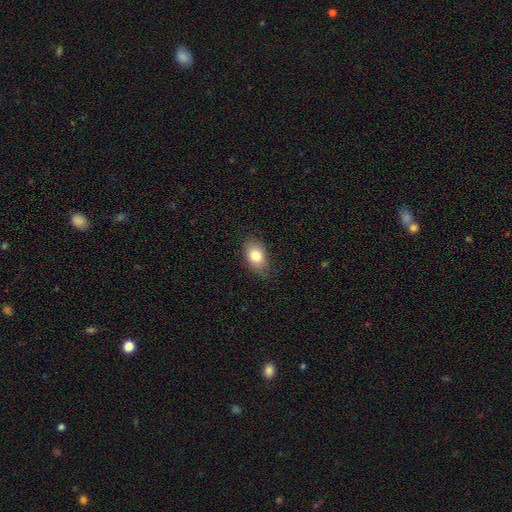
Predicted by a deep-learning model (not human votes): Smooth or featured?
  - smooth: 81% *
  - featured or disk: 11%
  - star or artifact: 8%
How rounded?
  - in between: 87% *
  - round: 11%
  - cigar-shaped: 2%
Merging?
  - none: 79% *
  - minor disturbance: 17%
  - major disturbance: 3%
  - merger: 1%